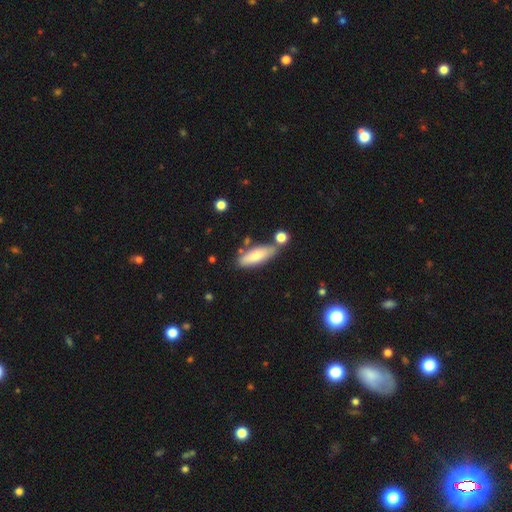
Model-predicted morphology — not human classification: Q: Smooth or featured?
A: smooth (74%); runner-up: featured or disk (20%)
Q: How rounded?
A: in between (54%); runner-up: cigar-shaped (43%)
Q: Merging?
A: none (64%); runner-up: minor disturbance (18%)